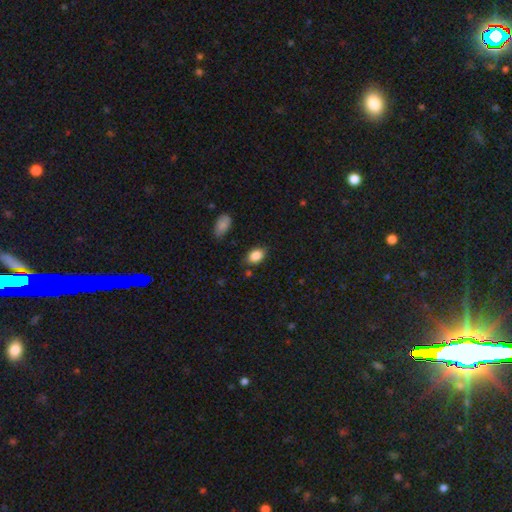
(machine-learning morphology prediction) The model was most divided on "merging": none: 82%, minor disturbance: 13%, major disturbance: 3%, merger: 2%. More confident: smooth or featured — smooth (87%); how rounded — in between (86%).